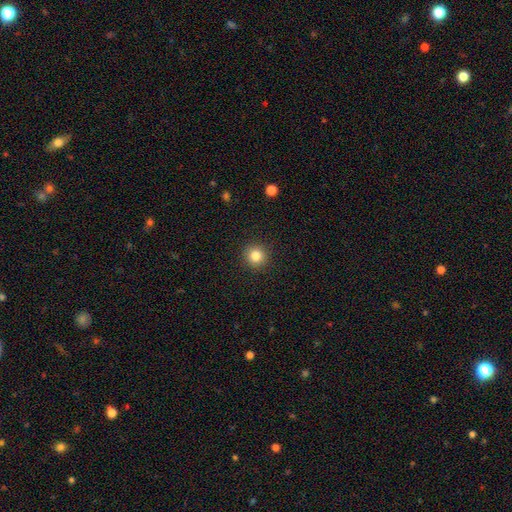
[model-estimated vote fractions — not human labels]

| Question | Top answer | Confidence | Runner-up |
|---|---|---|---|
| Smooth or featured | smooth | 83% | star or artifact (11%) |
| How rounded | round | 94% | in between (5%) |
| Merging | none | 92% | minor disturbance (5%) |